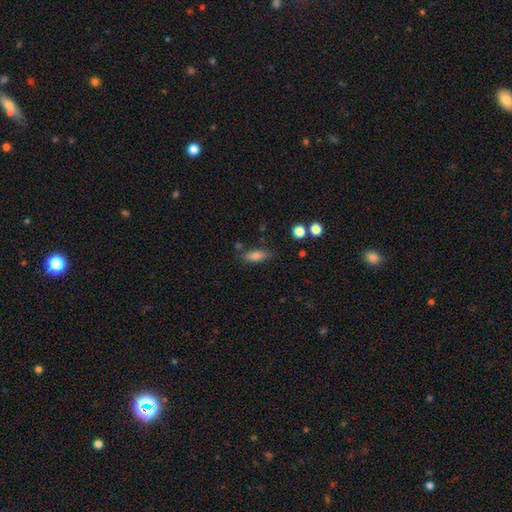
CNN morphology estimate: Smooth or featured? Predicted: smooth (p=0.78). How rounded? Predicted: in between (p=0.63). Merging? Predicted: none (p=0.77).